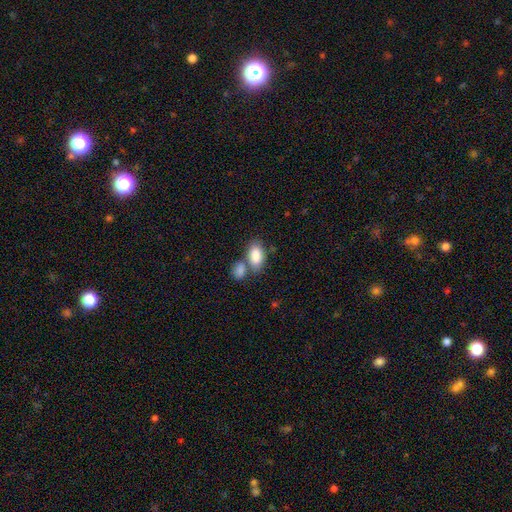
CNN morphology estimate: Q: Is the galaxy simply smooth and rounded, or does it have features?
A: smooth — 86%.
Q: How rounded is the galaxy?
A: in between — 92%.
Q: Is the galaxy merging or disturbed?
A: none — 43%.